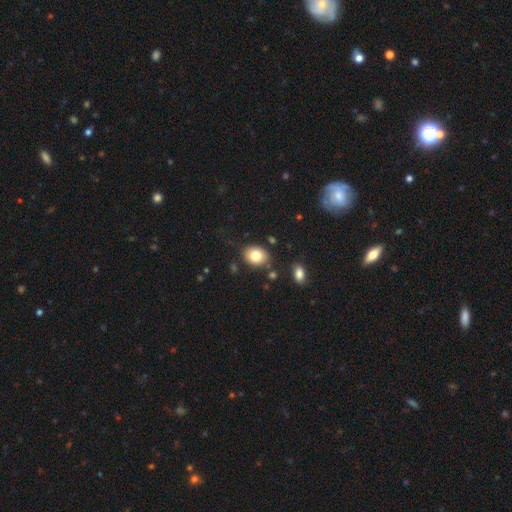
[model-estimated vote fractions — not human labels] smooth-or-featured: smooth: 82% | featured or disk: 9% | star or artifact: 9%
  how-rounded: in between: 60% | round: 39% | cigar-shaped: 1%
  merging: none: 81% | minor disturbance: 12% | merger: 4% | major disturbance: 3%